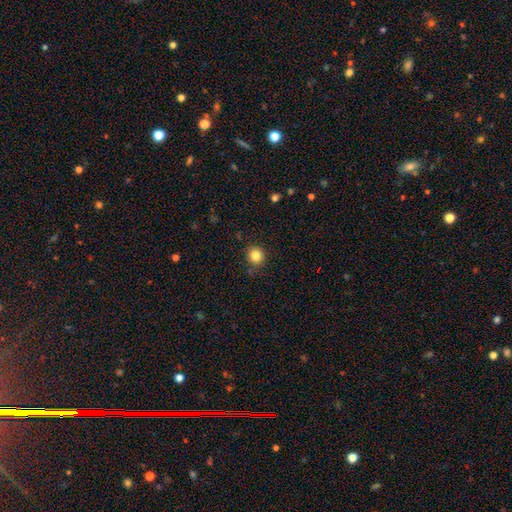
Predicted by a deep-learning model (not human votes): Smooth or featured? Predicted: smooth (p=0.83). How rounded? Predicted: round (p=0.89). Merging? Predicted: none (p=0.86).